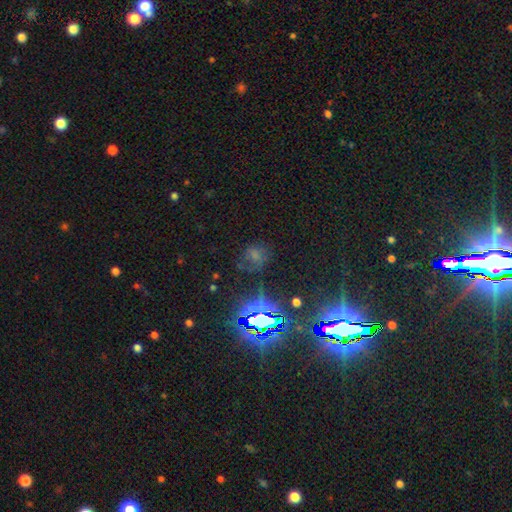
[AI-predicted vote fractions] This is possibly a star or artifact rather than a galaxy (46%).